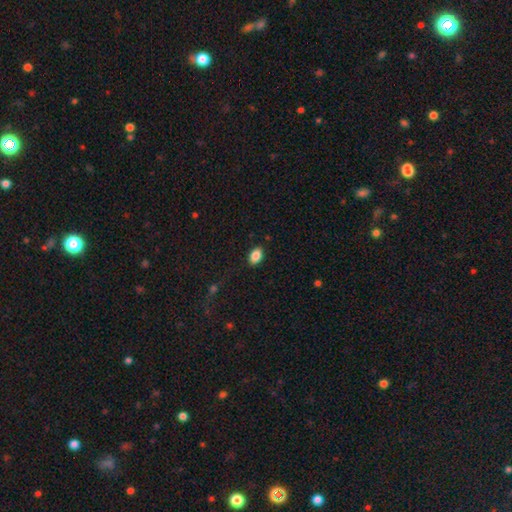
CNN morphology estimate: A smooth galaxy with no disk features (87%) that is in between round and cigar-shaped (87%). Merging: none (87%).